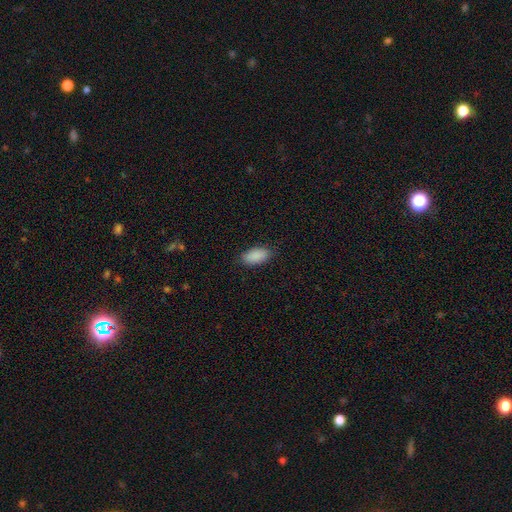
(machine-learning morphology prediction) This appears to be a smooth galaxy with no disk features (90%) that is in between round and cigar-shaped (92%). Merging: none (85%).